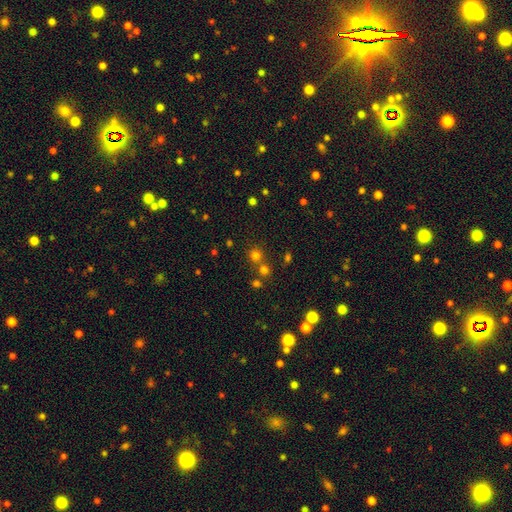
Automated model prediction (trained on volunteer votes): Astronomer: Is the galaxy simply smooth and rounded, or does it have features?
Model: smooth — 68%.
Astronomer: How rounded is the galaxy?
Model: round — 90%.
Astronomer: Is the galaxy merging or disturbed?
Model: none — 68%.